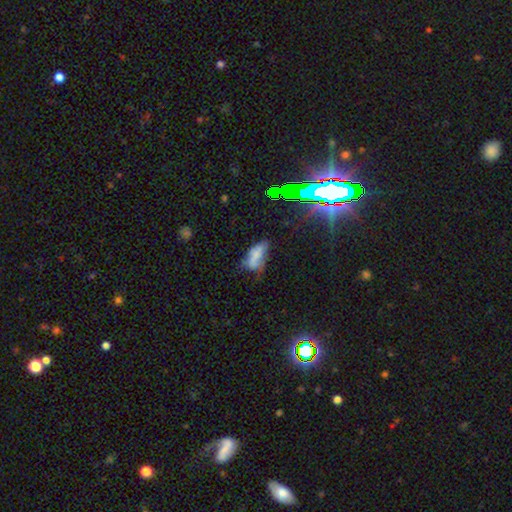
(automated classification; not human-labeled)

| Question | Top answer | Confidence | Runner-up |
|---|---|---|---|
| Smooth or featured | smooth | 65% | featured or disk (21%) |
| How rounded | in between | 86% | cigar-shaped (10%) |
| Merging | minor disturbance | 35% | none (33%) |